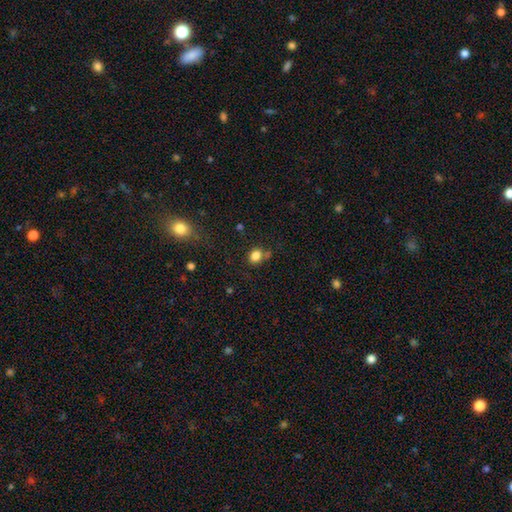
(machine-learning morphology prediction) Smooth or featured?
  - smooth: 83% *
  - star or artifact: 12%
  - featured or disk: 6%
How rounded?
  - round: 57% *
  - in between: 42%
  - cigar-shaped: 1%
Merging?
  - none: 66% *
  - minor disturbance: 17%
  - merger: 12%
  - major disturbance: 5%